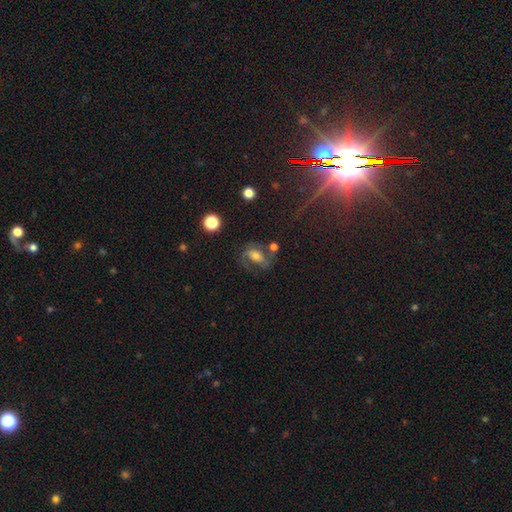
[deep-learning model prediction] Morphology: type=featured or disk (46%); merging=none (49%).